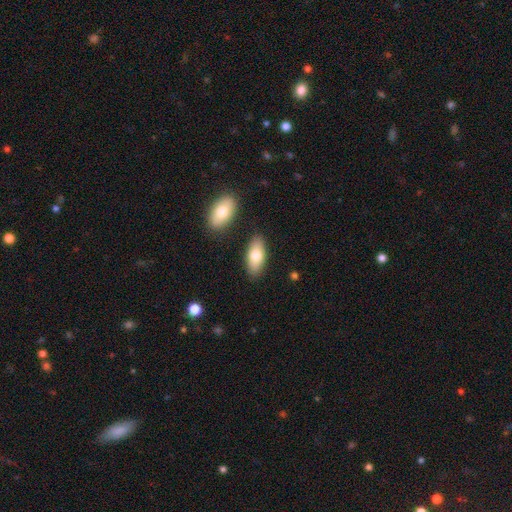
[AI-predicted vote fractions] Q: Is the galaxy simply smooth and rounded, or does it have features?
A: smooth — 75%.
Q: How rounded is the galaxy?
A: in between — 88%.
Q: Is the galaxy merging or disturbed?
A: none — 83%.